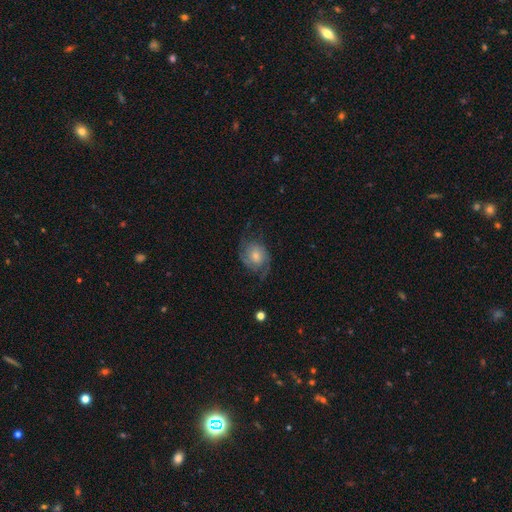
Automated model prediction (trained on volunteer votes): Smooth or featured? featured or disk (73%)
Edge-on disk? no (97%)
Bar? no (68%)
Spiral arms? yes (93%)
Spiral winding? medium (44%)
Spiral arm count? 2 (75%)
Bulge size? moderate (48%)
Merging? none (62%)